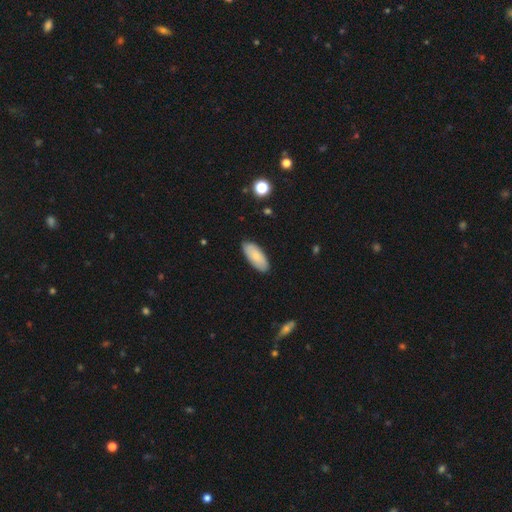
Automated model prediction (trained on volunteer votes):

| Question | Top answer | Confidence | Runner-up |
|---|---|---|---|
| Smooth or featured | smooth | 82% | featured or disk (12%) |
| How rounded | in between | 85% | cigar-shaped (13%) |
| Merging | none | 87% | minor disturbance (10%) |